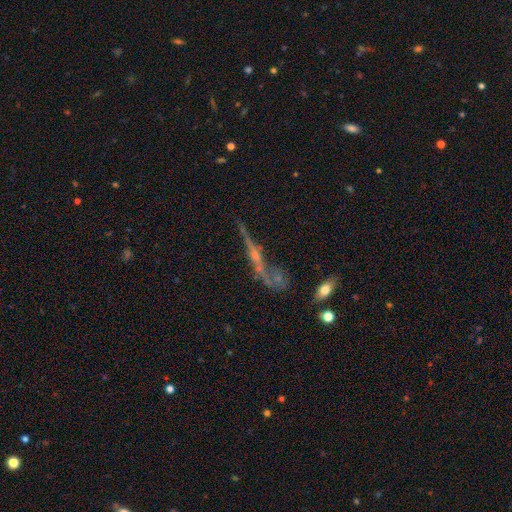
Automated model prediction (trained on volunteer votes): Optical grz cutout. It shows a featured or disk galaxy (66%) viewed edge-on (77%) with a rounded central bulge (65%). Merging: none (43%).